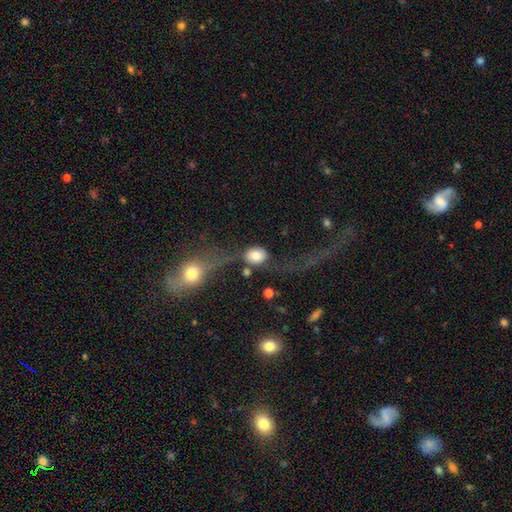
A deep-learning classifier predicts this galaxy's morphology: Overall: smooth (65%; featured or disk 27%). How rounded: round (51%; in between 47%). Merging: none (38%; major disturbance 26%).